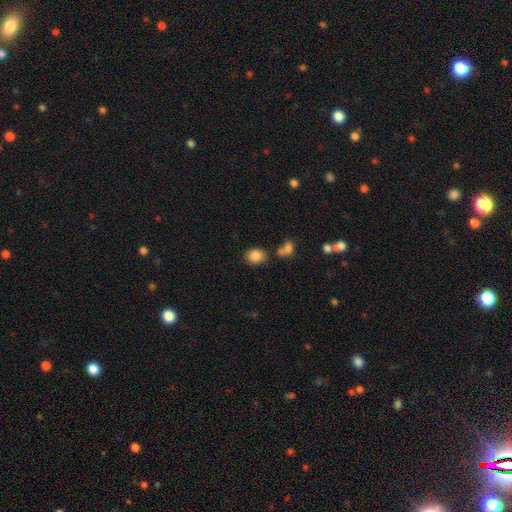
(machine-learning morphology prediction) Smooth or featured?
  - smooth: 85% *
  - star or artifact: 9%
  - featured or disk: 6%
How rounded?
  - in between: 52% *
  - round: 47%
  - cigar-shaped: 1%
Merging?
  - none: 72% *
  - minor disturbance: 14%
  - merger: 11%
  - major disturbance: 4%